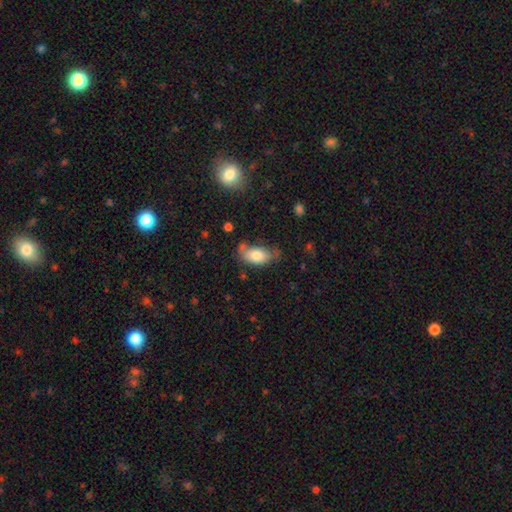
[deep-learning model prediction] Q: Smooth or featured?
A: smooth (77%); runner-up: featured or disk (15%)
Q: How rounded?
A: in between (92%); runner-up: round (4%)
Q: Merging?
A: none (50%); runner-up: minor disturbance (30%)